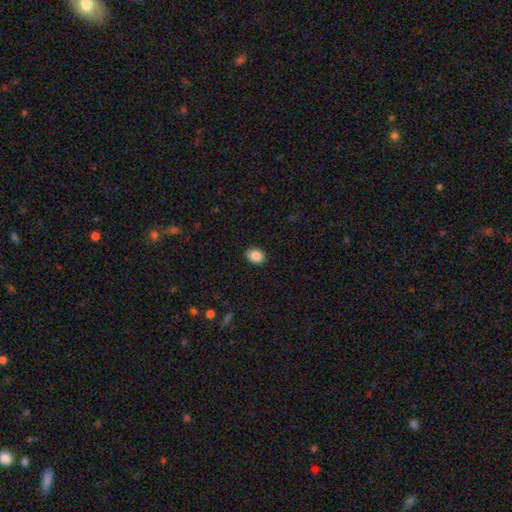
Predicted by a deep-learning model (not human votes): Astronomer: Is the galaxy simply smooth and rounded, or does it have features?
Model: smooth — 88%.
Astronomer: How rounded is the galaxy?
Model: in between — 56% (runner-up: round, 43%).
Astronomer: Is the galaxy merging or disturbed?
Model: none — 89%.